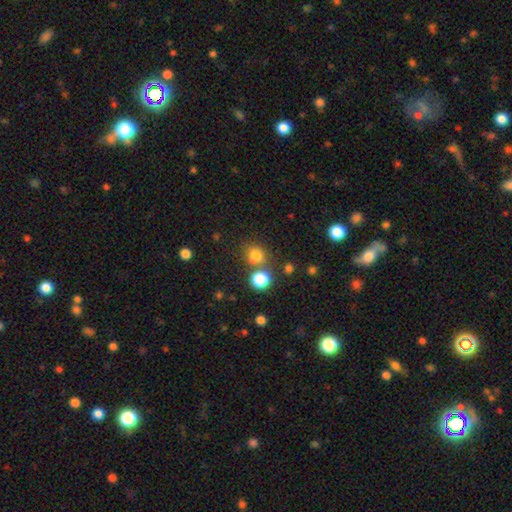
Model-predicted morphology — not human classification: Smooth or featured? smooth (77%)
How rounded? round (81%)
Merging? none (67%)